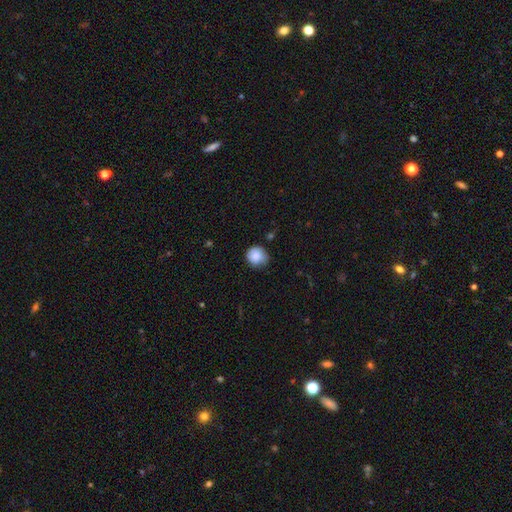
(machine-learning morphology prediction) Smooth or featured: smooth — 85% (star or artifact — 8%)
How rounded: round — 88% (in between — 11%)
Merging: none — 65% (minor disturbance — 28%)